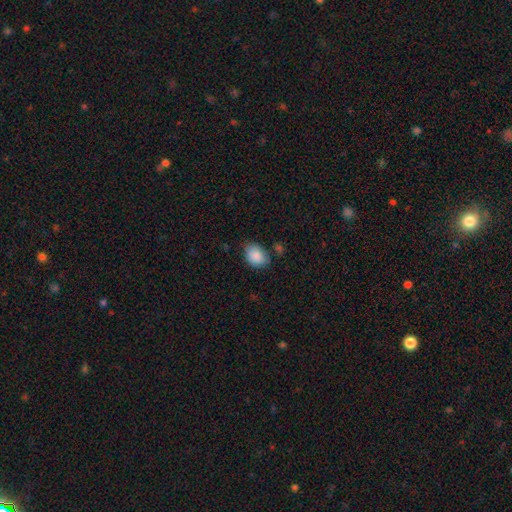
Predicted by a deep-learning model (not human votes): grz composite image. It shows a smooth galaxy with no disk features (88%) that is in between round and cigar-shaped (76%). Merging: none (71%).